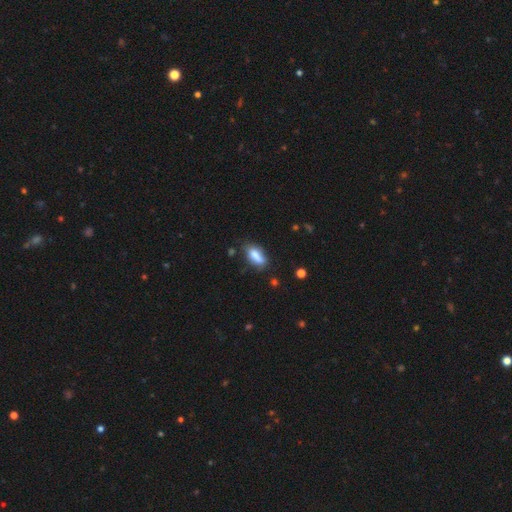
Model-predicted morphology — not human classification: type=smooth (80%); roundness=in between (81%); merging=none (62%).